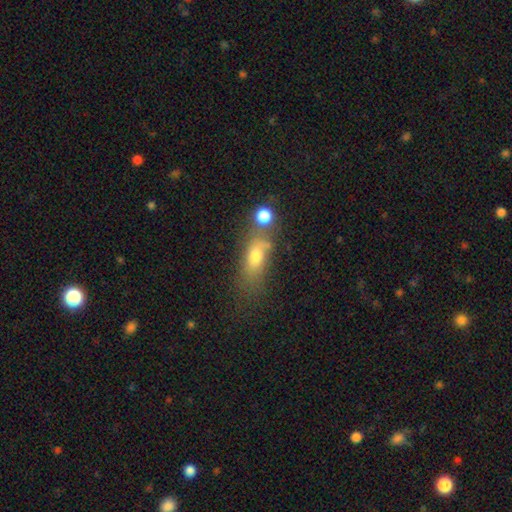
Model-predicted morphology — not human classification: Smooth or featured? smooth (62%)
How rounded? in between (59%)
Merging? none (48%)